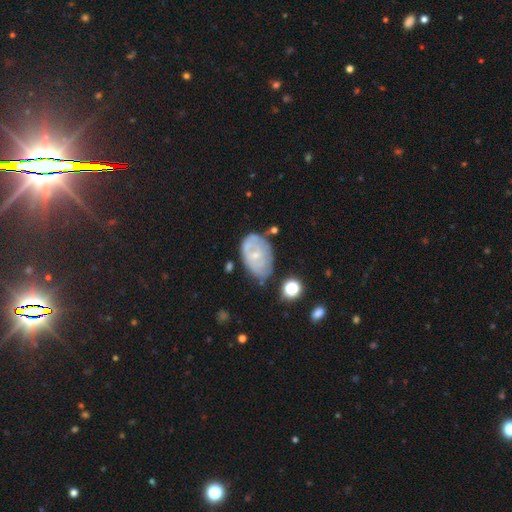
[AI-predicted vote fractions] Morphology: type=featured or disk (57%); edge-on=no (95%); bar=no (76%); spiral arms=yes (54%); bulge=small (72%); merging=none (52%).